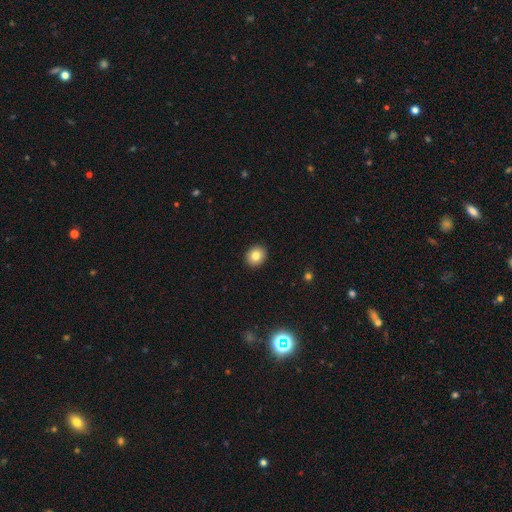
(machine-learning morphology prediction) Q: Smooth or featured?
A: smooth (82%); runner-up: star or artifact (10%)
Q: How rounded?
A: round (80%); runner-up: in between (19%)
Q: Merging?
A: none (92%); runner-up: minor disturbance (5%)